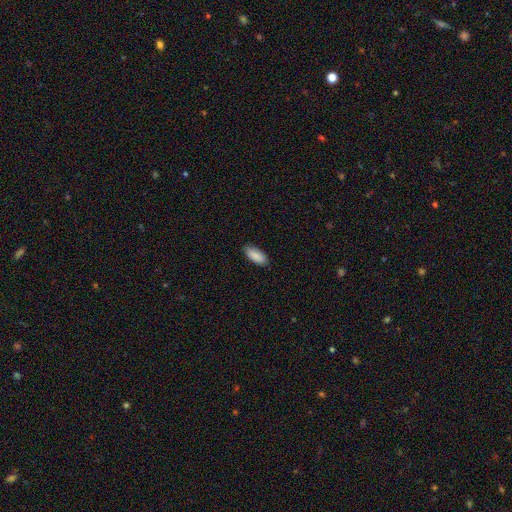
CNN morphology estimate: A smooth galaxy with no disk features (90%) that is in between round and cigar-shaped (84%).

Vote fractions:
- Smooth or featured? smooth: 90% / star or artifact: 6% / featured or disk: 4%
- How rounded? in between: 84% / cigar-shaped: 14% / round: 2%
- Merging? none: 87% / minor disturbance: 10% / major disturbance: 2% / merger: 1%